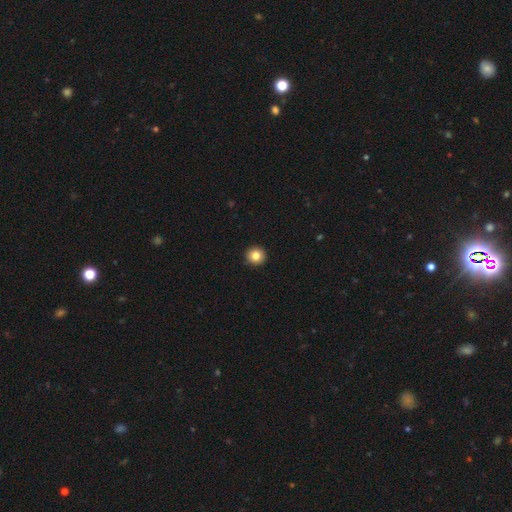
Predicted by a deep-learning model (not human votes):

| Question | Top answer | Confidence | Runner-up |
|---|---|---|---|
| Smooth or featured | smooth | 84% | star or artifact (10%) |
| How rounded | round | 95% | in between (4%) |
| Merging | none | 94% | minor disturbance (4%) |